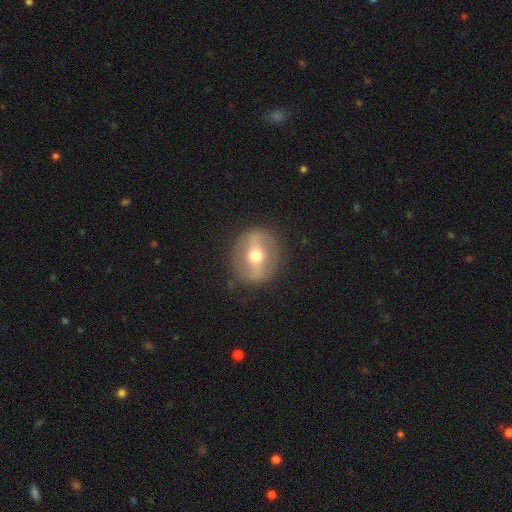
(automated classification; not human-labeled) featured or disk 67%, smooth 26%, star or artifact 7%. Down the decision tree: edge-on disk — no (86%); bar — strong (63%); spiral arms — no (71%); bulge size — moderate (74%); merging — none (86%).